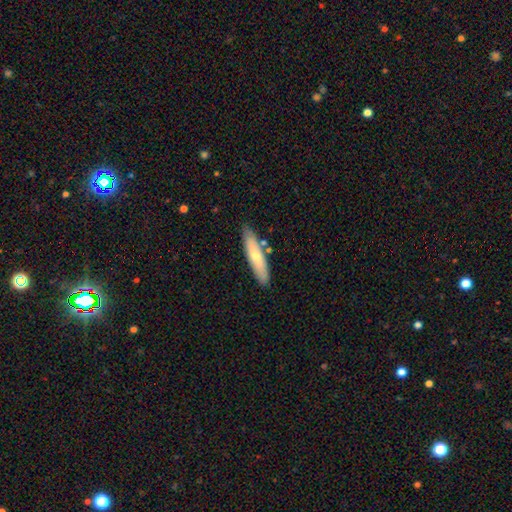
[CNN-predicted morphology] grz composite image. It shows a smooth galaxy with no disk features (60%) that is cigar-shaped (76%). Merging: none (84%).